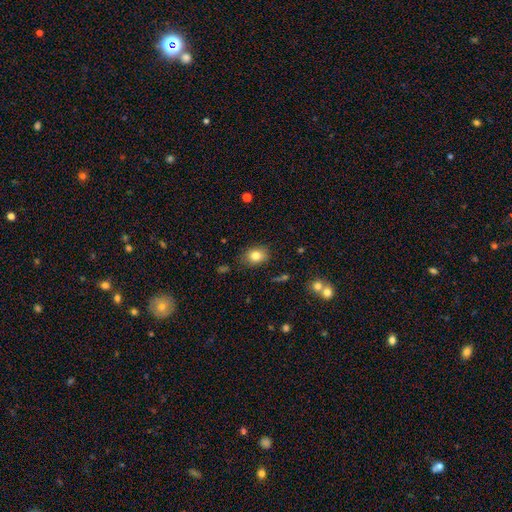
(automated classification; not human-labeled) Morphology: type=smooth (81%); roundness=in between (58%); merging=none (82%).